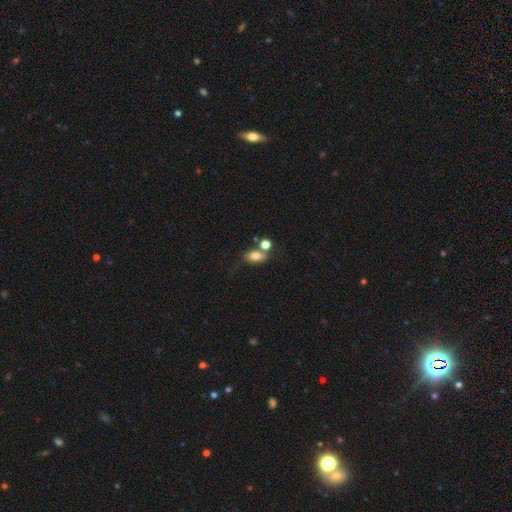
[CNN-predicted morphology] Smooth or featured? smooth (77%)
How rounded? in between (80%)
Merging? none (49%)